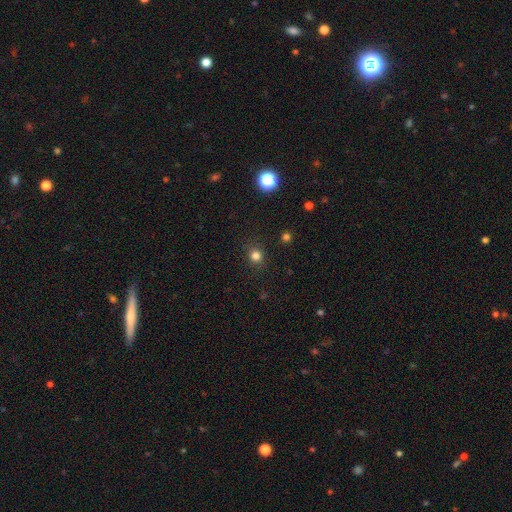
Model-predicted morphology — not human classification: A smooth galaxy with no disk features (80%) that is round (88%).

Vote fractions:
- Smooth or featured? smooth: 80% / star or artifact: 15% / featured or disk: 4%
- How rounded? round: 88% / in between: 11% / cigar-shaped: 1%
- Merging? none: 88% / minor disturbance: 8% / major disturbance: 3% / merger: 1%